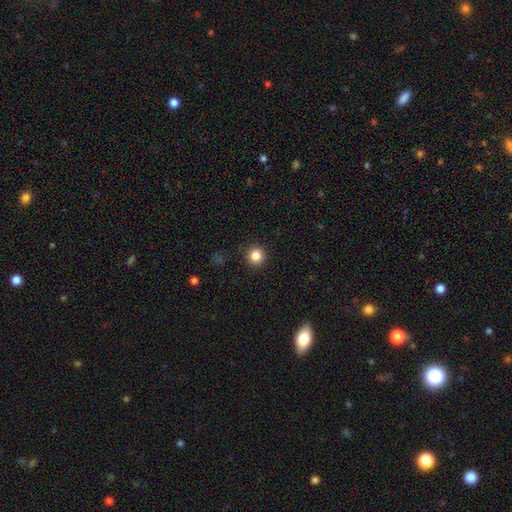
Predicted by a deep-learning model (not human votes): Morphology: type=smooth (85%); roundness=round (94%); merging=none (92%).